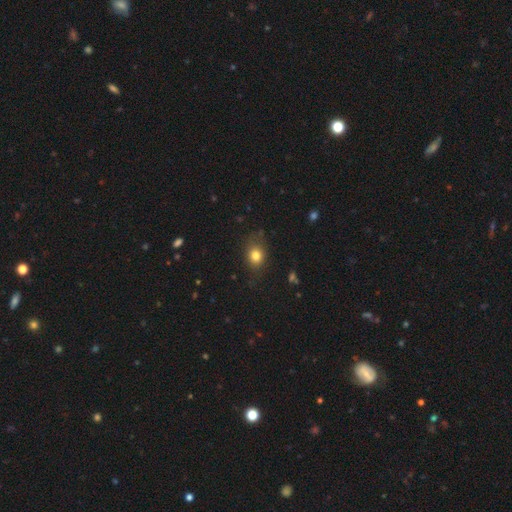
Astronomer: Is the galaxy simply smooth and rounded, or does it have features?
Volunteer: smooth — 82%.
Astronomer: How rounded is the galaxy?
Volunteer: in between — 55% (runner-up: round, 45%).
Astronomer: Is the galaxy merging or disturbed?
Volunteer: none — 61%.